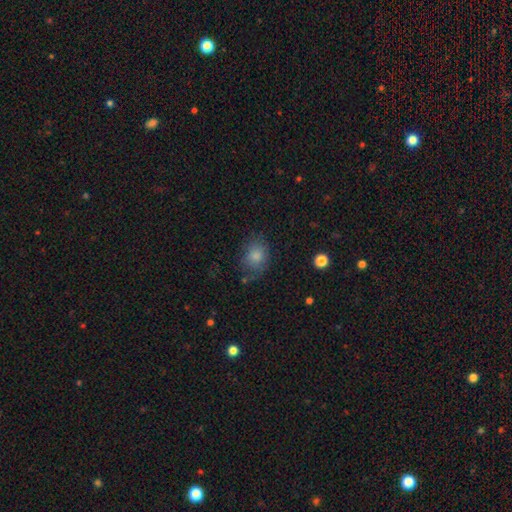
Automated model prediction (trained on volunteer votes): Morphology: type=smooth (82%); roundness=in between (53%); merging=none (68%).